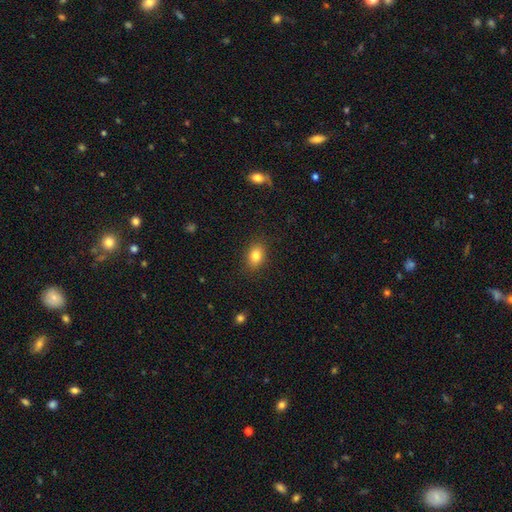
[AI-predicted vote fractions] Smooth or featured? smooth (83%)
How rounded? in between (71%)
Merging? none (88%)